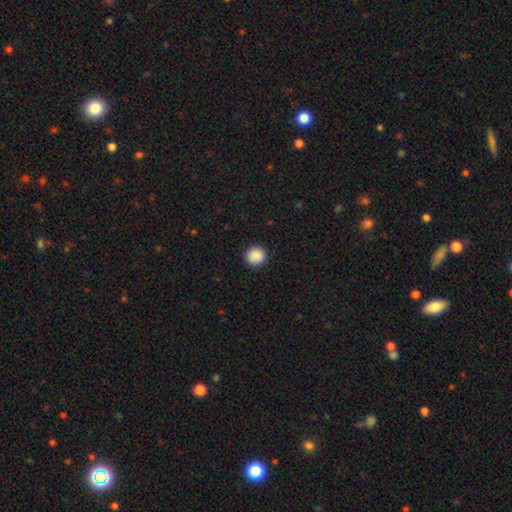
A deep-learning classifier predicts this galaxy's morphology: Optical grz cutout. It shows a smooth galaxy with no disk features (89%) that is round (93%). Merging: none (92%).